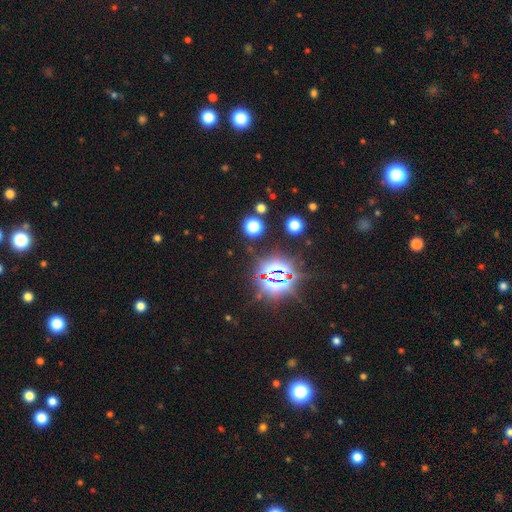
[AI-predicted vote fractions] Q: Smooth or featured?
A: star or artifact (81%); runner-up: smooth (12%)